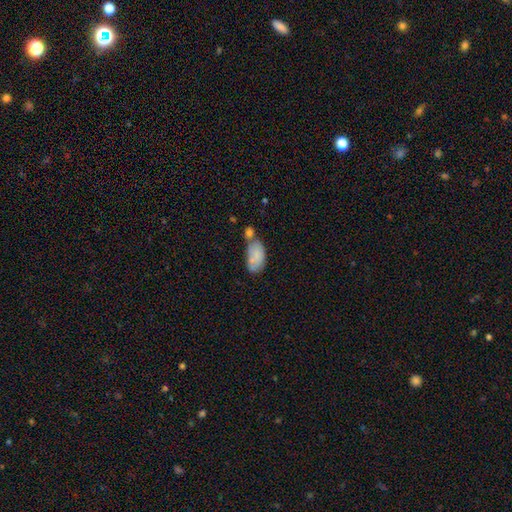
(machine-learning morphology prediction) Smooth or featured? smooth (76%)
How rounded? in between (94%)
Merging? none (35%)